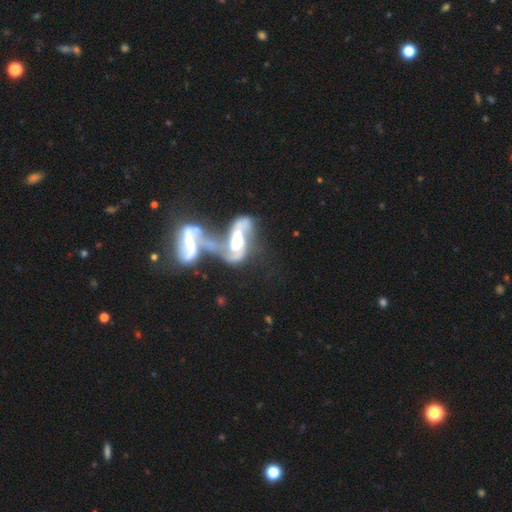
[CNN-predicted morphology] Smooth or featured? featured or disk (71%)
Edge-on disk? no (88%)
Bar? no (50%)
Spiral arms? yes (69%)
Bulge size? moderate (34%)
Merging? merger (74%)